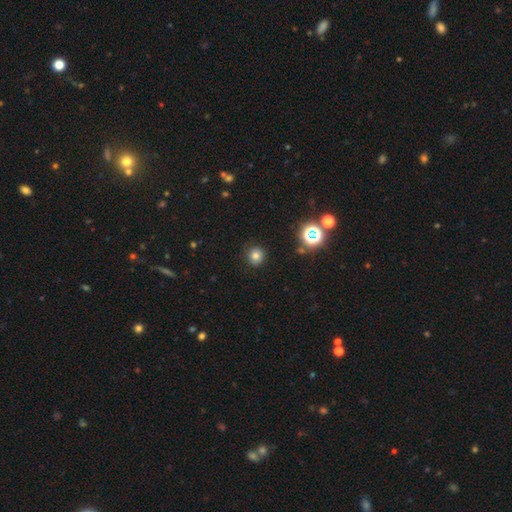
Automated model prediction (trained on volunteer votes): Smooth or featured?
  - smooth: 75% *
  - star or artifact: 18%
  - featured or disk: 7%
How rounded?
  - round: 91% *
  - in between: 8%
  - cigar-shaped: 1%
Merging?
  - none: 87% *
  - minor disturbance: 9%
  - major disturbance: 3%
  - merger: 1%